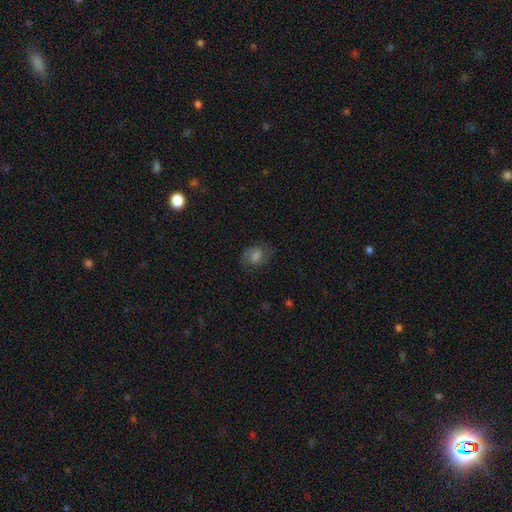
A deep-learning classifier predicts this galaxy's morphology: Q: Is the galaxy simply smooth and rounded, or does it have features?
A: featured or disk — 45%.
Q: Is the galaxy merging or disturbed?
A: none — 73%.